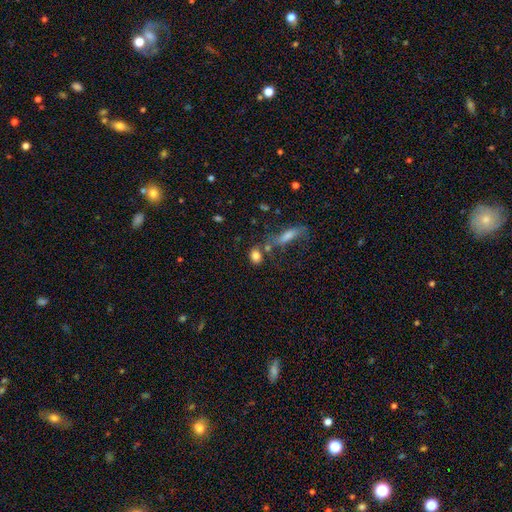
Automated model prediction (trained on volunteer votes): A smooth galaxy with no disk features (81%) that is in between round and cigar-shaped (61%). Merging: none (59%).